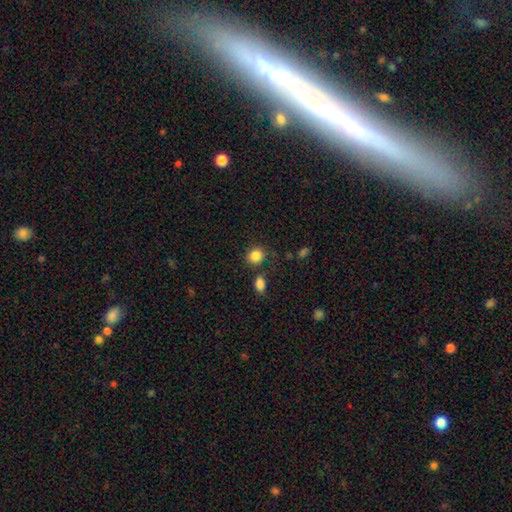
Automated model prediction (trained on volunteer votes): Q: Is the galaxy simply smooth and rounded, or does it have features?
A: smooth — 87%.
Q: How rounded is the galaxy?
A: round — 79%.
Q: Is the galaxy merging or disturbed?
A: none — 76%.